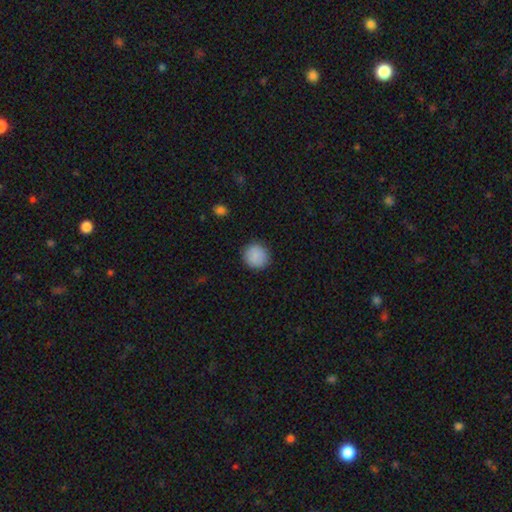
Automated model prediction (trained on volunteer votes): Q: Smooth or featured?
A: smooth (88%); runner-up: star or artifact (8%)
Q: How rounded?
A: round (91%); runner-up: in between (8%)
Q: Merging?
A: none (88%); runner-up: minor disturbance (9%)